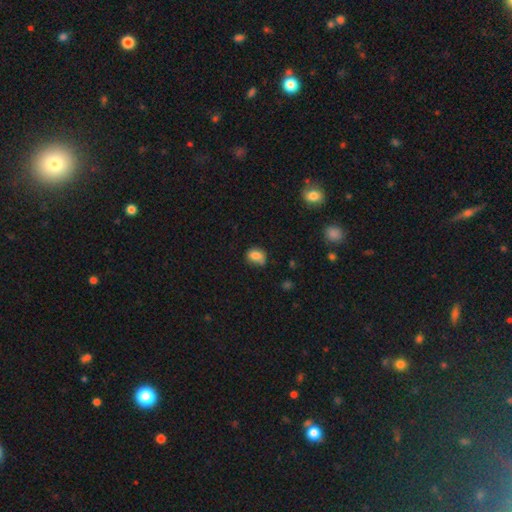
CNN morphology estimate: smooth 79%, featured or disk 10%, star or artifact 10%. Down the decision tree: how rounded — in between (57%); merging — none (54%).